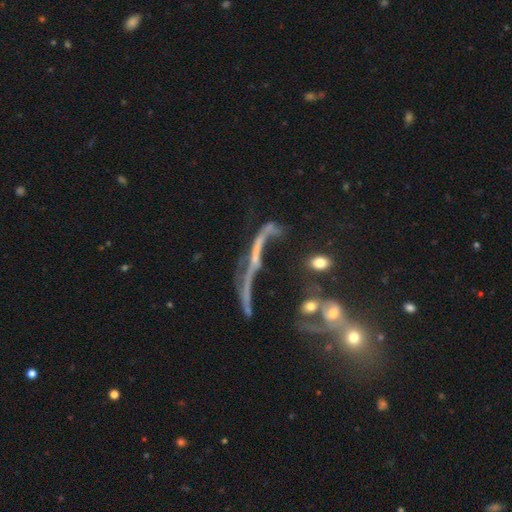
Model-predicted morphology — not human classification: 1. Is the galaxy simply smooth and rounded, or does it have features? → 64% featured or disk, 20% star or artifact, 16% smooth.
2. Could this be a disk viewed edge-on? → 54% yes, 46% no.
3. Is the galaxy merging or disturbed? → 33% none, 29% major disturbance, 22% merger, 16% minor disturbance.